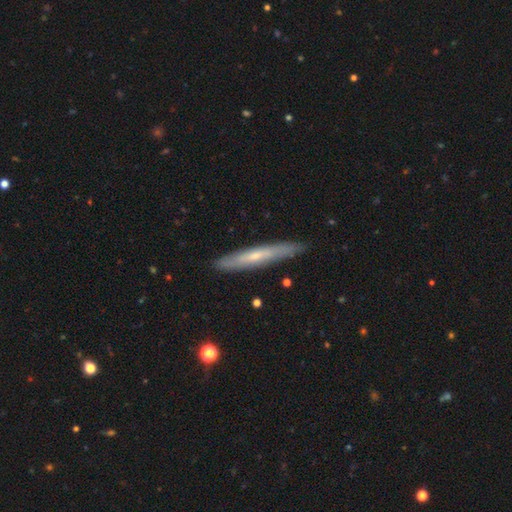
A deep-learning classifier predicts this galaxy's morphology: Smooth or featured?
  - featured or disk: 52% *
  - smooth: 42%
  - star or artifact: 6%
Edge-on disk?
  - yes: 85% *
  - no: 15%
Merging?
  - none: 89% *
  - minor disturbance: 9%
  - major disturbance: 2%
  - merger: 1%